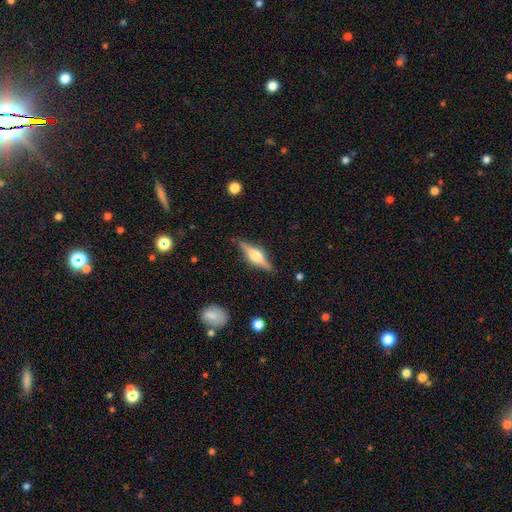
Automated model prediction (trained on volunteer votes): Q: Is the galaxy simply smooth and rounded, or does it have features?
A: featured or disk — 70%.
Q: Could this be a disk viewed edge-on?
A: yes — 97%.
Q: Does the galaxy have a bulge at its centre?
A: rounded — 91%.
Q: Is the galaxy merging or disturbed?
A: none — 87%.